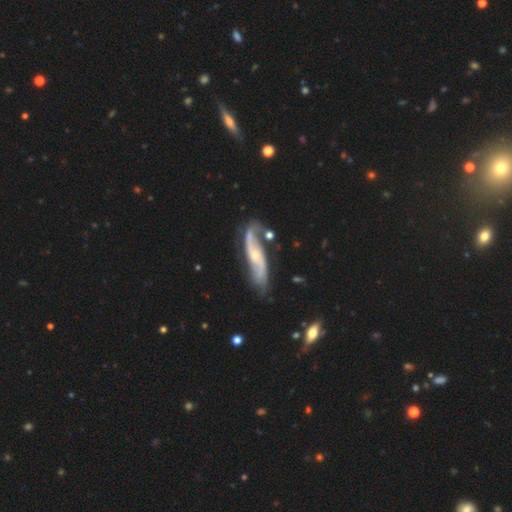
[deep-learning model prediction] The model was most divided on "spiral winding": loose: 47%, medium: 37%, tight: 16%. More confident: spiral arms — yes (95%); spiral arm count — 2 (86%); smooth or featured — featured or disk (84%); edge-on disk — no (84%); merging — none (67%); bulge size — small (64%); bar — no (53%).